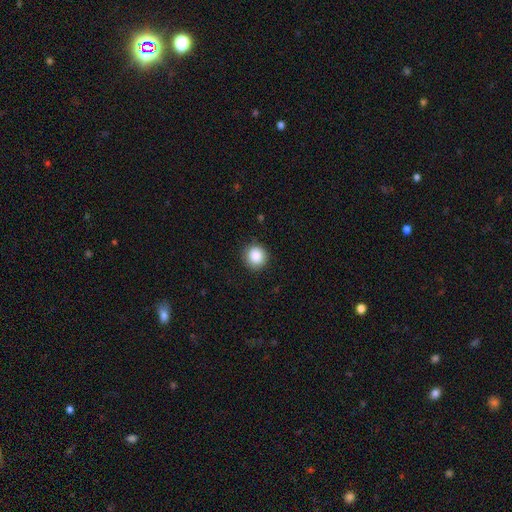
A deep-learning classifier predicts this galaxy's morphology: Smooth or featured: smooth — 88% (star or artifact — 9%)
How rounded: round — 92% (in between — 7%)
Merging: none — 89% (minor disturbance — 8%)